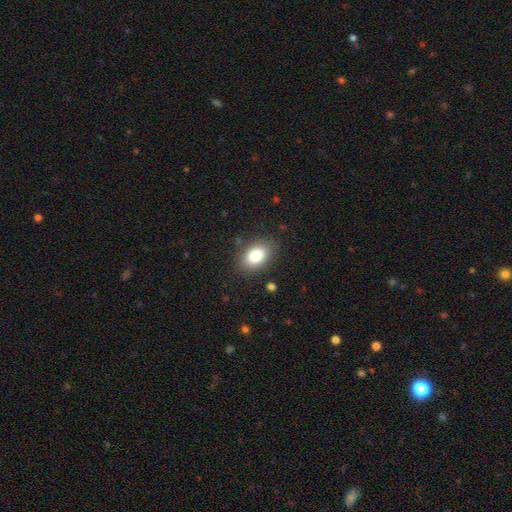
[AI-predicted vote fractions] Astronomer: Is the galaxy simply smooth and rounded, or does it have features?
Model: smooth — 82%.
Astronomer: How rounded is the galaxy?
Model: in between — 85%.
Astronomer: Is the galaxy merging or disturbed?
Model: none — 84%.